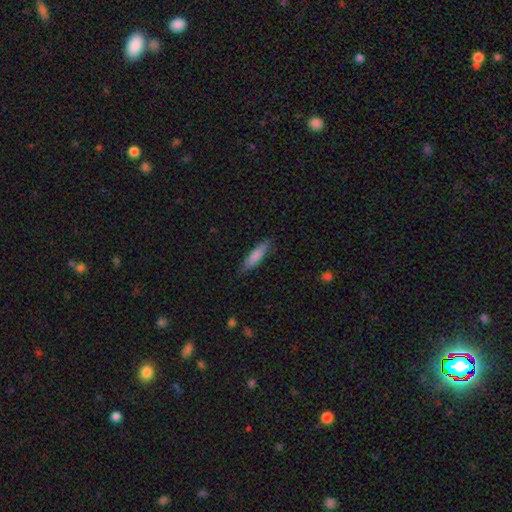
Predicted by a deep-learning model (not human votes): This appears to be a smooth galaxy with no disk features (79%) that is cigar-shaped (75%). Merging: none (83%).